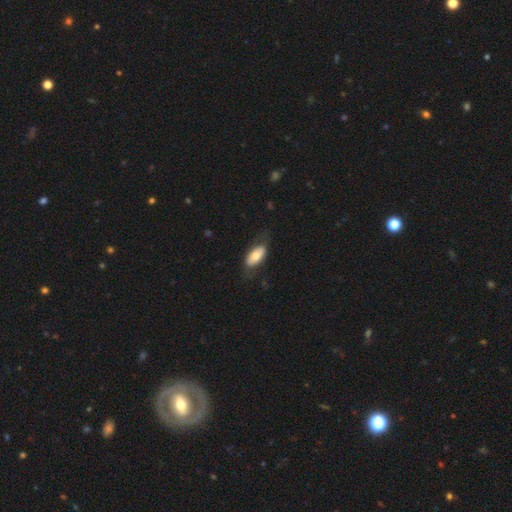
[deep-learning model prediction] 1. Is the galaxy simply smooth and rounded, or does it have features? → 66% smooth, 28% featured or disk, 6% star or artifact.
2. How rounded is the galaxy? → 86% in between, 11% cigar-shaped, 3% round.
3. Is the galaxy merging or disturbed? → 67% none, 22% minor disturbance, 10% major disturbance, 1% merger.